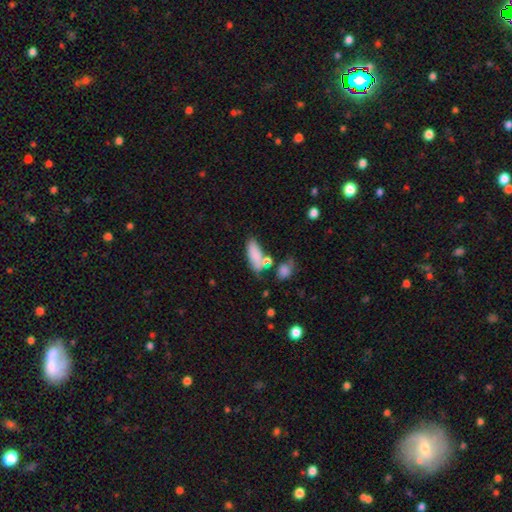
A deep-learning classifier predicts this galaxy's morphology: smooth-or-featured: smooth: 80% | featured or disk: 12% | star or artifact: 8%
  how-rounded: in between: 79% | cigar-shaped: 18% | round: 4%
  merging: none: 49% | merger: 21% | minor disturbance: 21% | major disturbance: 9%